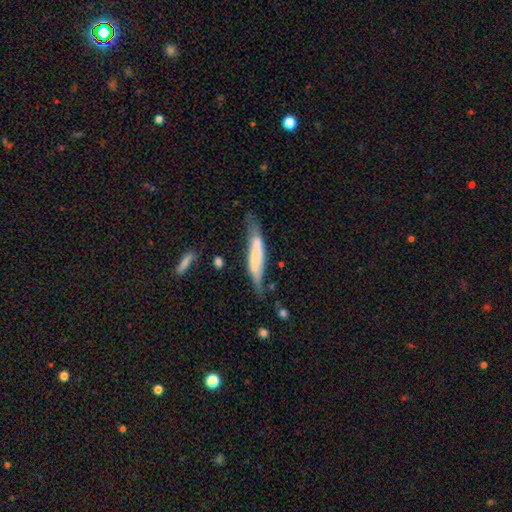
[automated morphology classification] This is possibly a smooth galaxy (47%). Merging: marginally none (44%).